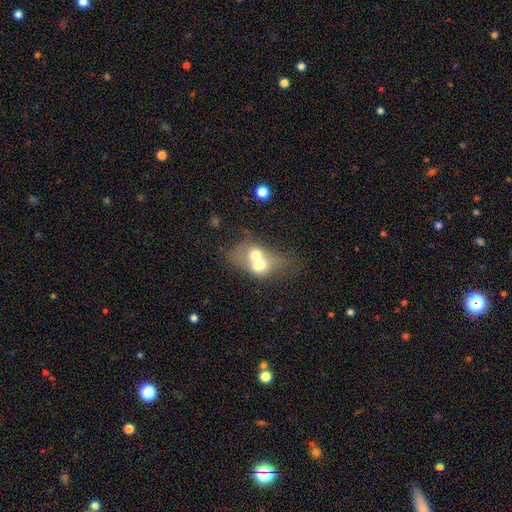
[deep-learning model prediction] Smooth or featured? smooth (59%)
How rounded? in between (56%)
Merging? merger (75%)